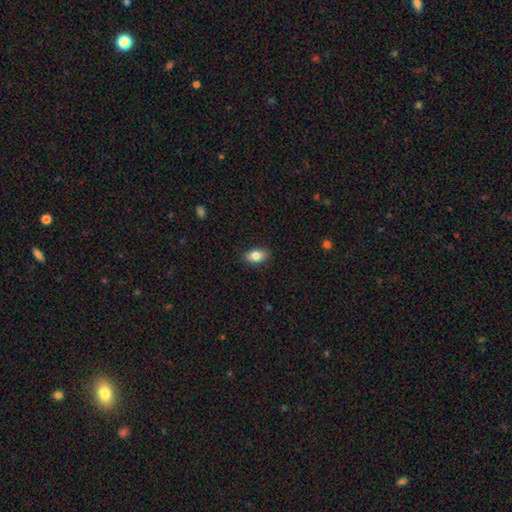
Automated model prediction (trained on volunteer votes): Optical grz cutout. It shows a smooth galaxy with no disk features (83%) that is in between round and cigar-shaped (88%). Merging: none (87%).